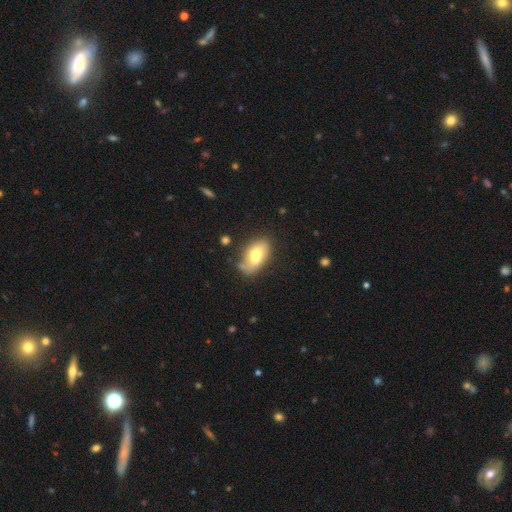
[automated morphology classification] Q: Smooth or featured?
A: smooth (67%); runner-up: featured or disk (25%)
Q: How rounded?
A: in between (92%); runner-up: round (5%)
Q: Merging?
A: none (56%); runner-up: minor disturbance (27%)